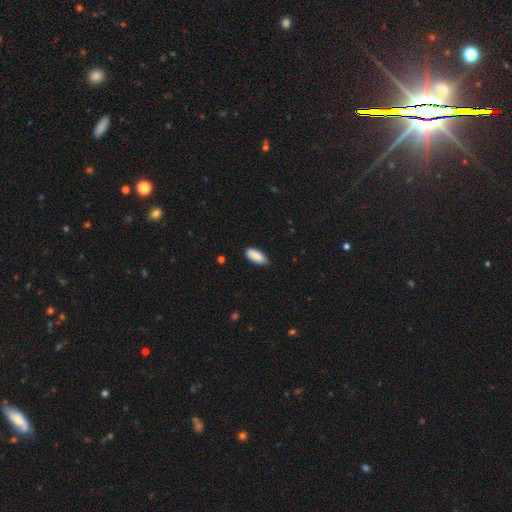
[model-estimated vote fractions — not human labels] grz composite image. It shows a smooth galaxy with no disk features (89%) that is in between round and cigar-shaped (86%). Merging: none (79%).